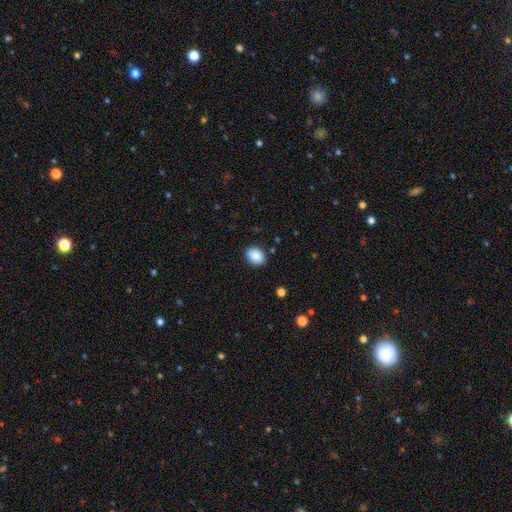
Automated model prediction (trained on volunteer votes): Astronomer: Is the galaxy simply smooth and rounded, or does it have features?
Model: smooth — 87%.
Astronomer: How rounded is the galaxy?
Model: in between — 61% (runner-up: round, 38%).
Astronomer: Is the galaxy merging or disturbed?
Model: none — 88%.